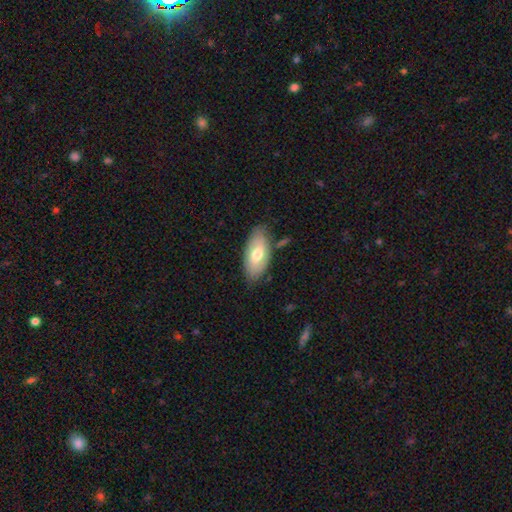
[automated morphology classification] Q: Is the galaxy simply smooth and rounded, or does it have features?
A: smooth — 60%.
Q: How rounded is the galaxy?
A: in between — 84%.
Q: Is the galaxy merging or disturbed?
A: none — 84%.